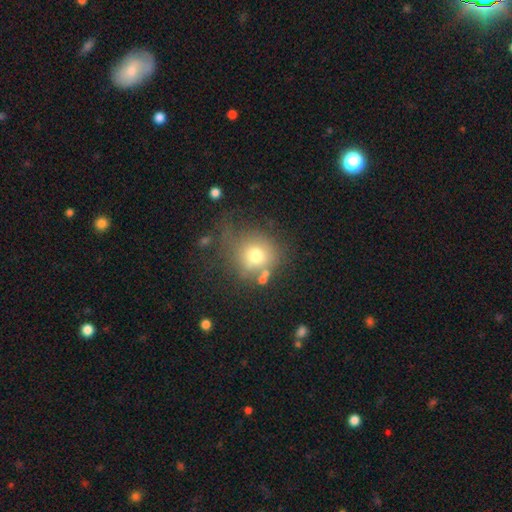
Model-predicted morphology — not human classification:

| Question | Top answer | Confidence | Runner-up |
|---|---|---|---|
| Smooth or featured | smooth | 71% | featured or disk (16%) |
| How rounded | round | 86% | in between (13%) |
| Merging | none | 50% | minor disturbance (21%) |